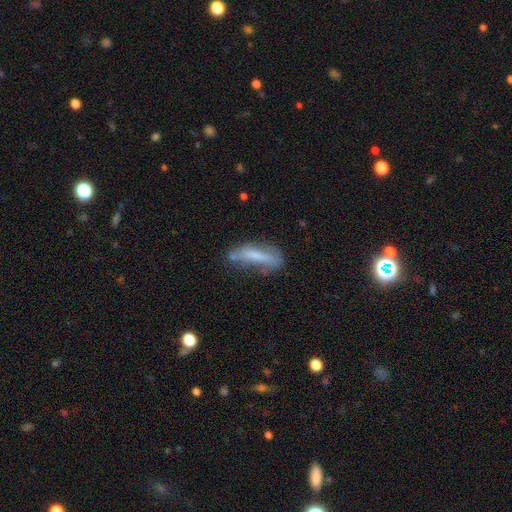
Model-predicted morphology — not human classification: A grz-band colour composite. It shows a smooth galaxy with no disk features (58%) that is cigar-shaped (70%). Merging: none (47%).